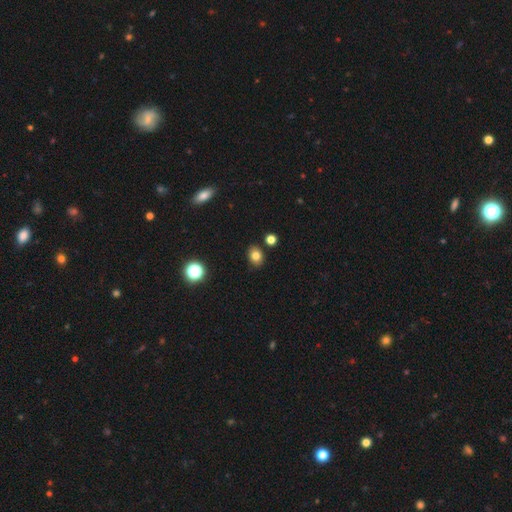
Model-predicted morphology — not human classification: type=smooth (80%); roundness=in between (54%); merging=none (85%).